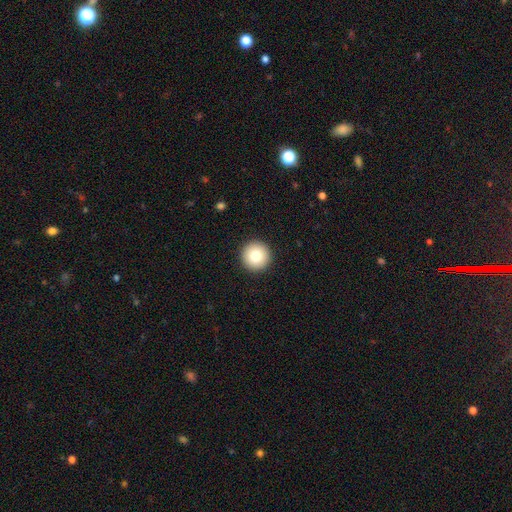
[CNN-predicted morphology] A smooth galaxy with no disk features (80%) that is round (97%).

Vote fractions:
- Smooth or featured? smooth: 80% / featured or disk: 11% / star or artifact: 9%
- How rounded? round: 97% / in between: 2% / cigar-shaped: 1%
- Merging? none: 94% / minor disturbance: 4% / major disturbance: 1% / merger: 1%